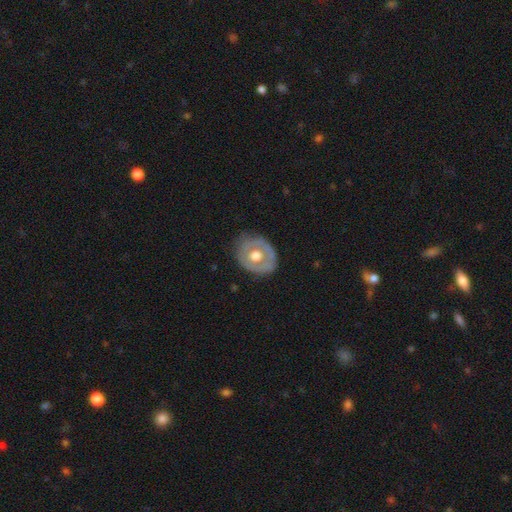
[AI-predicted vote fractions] A featured or disk galaxy (57%) with no bar (88%), no spiral arms (85%) and a moderate central bulge (63%). Merging: none (74%).